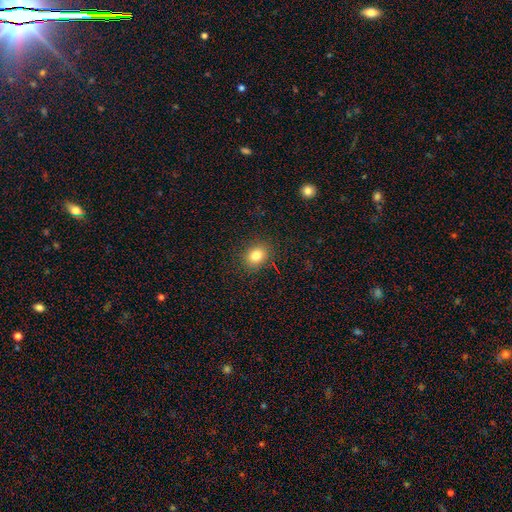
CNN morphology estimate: Smooth or featured?
  - smooth: 82% *
  - star or artifact: 11%
  - featured or disk: 7%
How rounded?
  - round: 54% *
  - in between: 45%
  - cigar-shaped: 1%
Merging?
  - none: 87% *
  - minor disturbance: 9%
  - major disturbance: 3%
  - merger: 1%